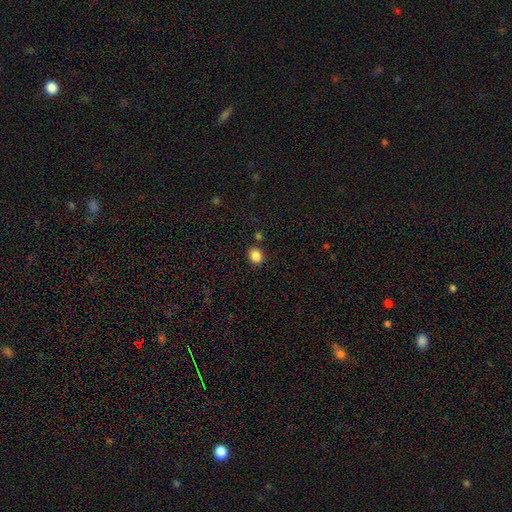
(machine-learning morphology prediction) type=smooth (87%); roundness=round (59%); merging=none (84%).